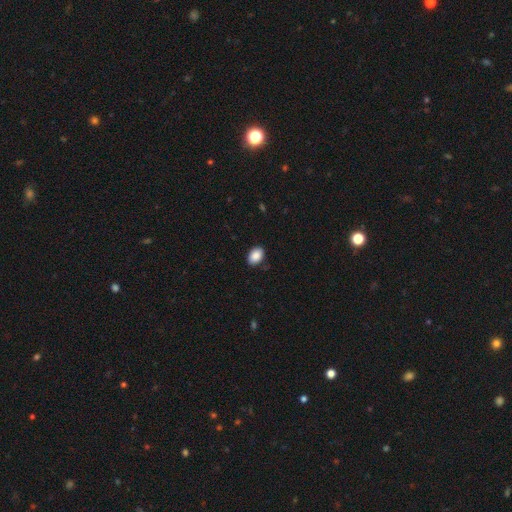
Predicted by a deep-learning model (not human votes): smooth-or-featured: smooth: 89% | star or artifact: 7% | featured or disk: 4%
  how-rounded: in between: 83% | round: 16% | cigar-shaped: 1%
  merging: none: 86% | minor disturbance: 11% | major disturbance: 2% | merger: 1%